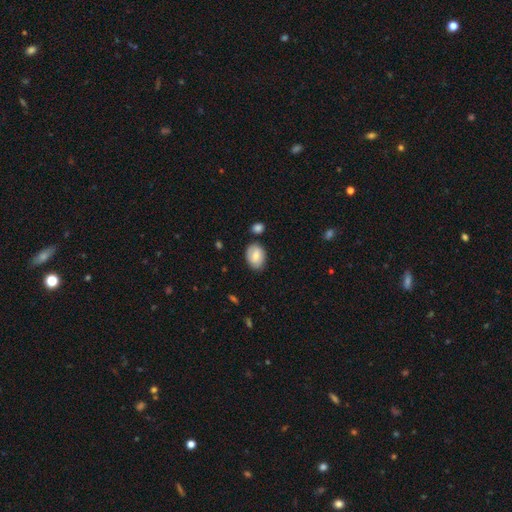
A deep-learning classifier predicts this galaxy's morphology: A smooth galaxy with no disk features (69%) that is in between round and cigar-shaped (76%).

Vote fractions:
- Smooth or featured? smooth: 69% / featured or disk: 24% / star or artifact: 7%
- How rounded? in between: 76% / round: 23% / cigar-shaped: 1%
- Merging? none: 75% / minor disturbance: 17% / merger: 4% / major disturbance: 3%